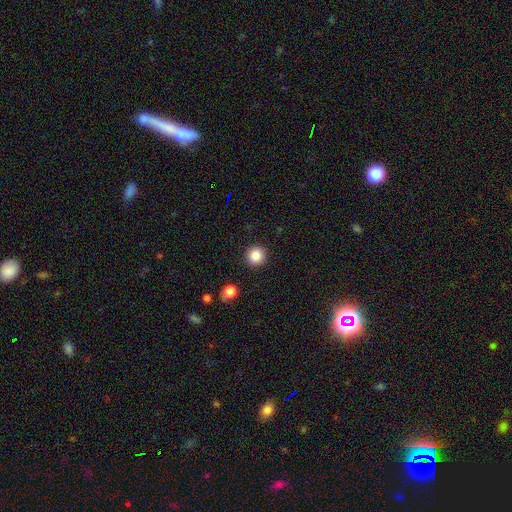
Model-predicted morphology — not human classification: Smooth or featured? smooth (85%)
How rounded? round (95%)
Merging? none (92%)